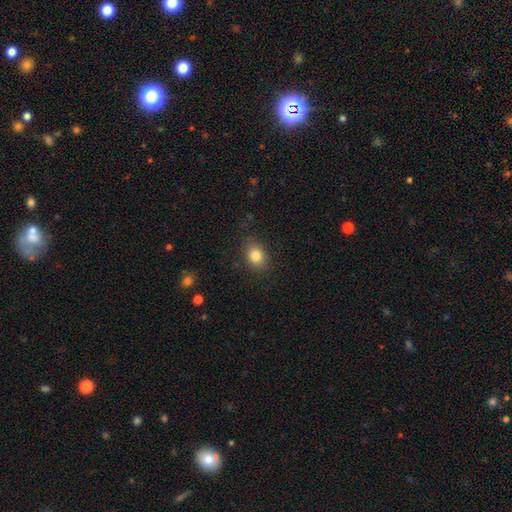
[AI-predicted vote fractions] Q: Smooth or featured?
A: smooth (83%); runner-up: star or artifact (10%)
Q: How rounded?
A: in between (59%); runner-up: round (40%)
Q: Merging?
A: none (84%); runner-up: minor disturbance (11%)